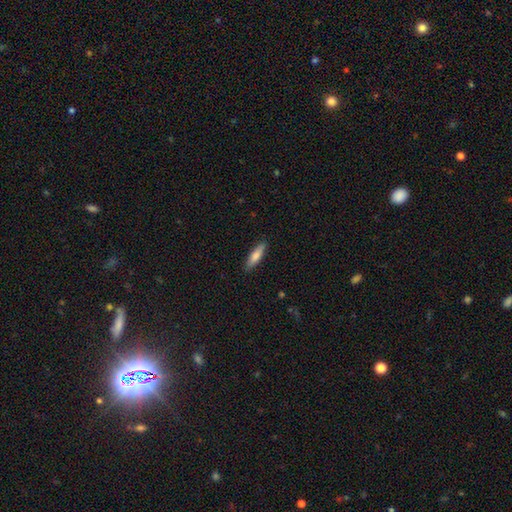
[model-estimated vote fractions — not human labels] Q: Smooth or featured?
A: smooth (72%); runner-up: featured or disk (22%)
Q: How rounded?
A: cigar-shaped (71%); runner-up: in between (27%)
Q: Merging?
A: none (89%); runner-up: minor disturbance (8%)